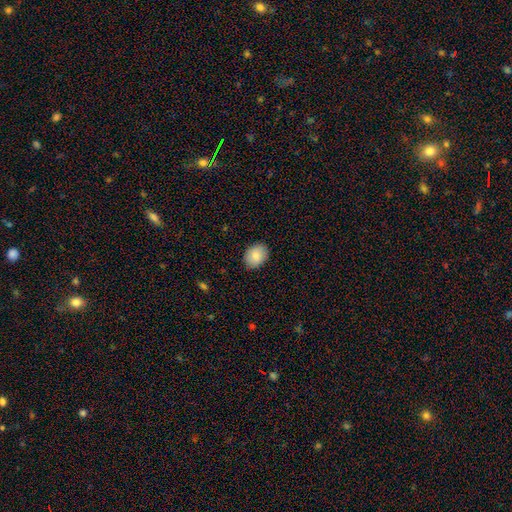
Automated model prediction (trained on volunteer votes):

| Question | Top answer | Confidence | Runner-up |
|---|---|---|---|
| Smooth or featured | smooth | 85% | featured or disk (8%) |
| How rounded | in between | 63% | round (36%) |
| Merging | none | 88% | minor disturbance (9%) |